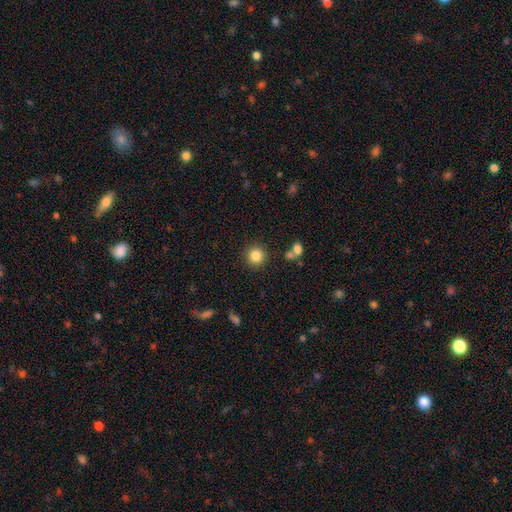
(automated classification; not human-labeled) Smooth or featured? smooth (84%)
How rounded? round (92%)
Merging? none (87%)